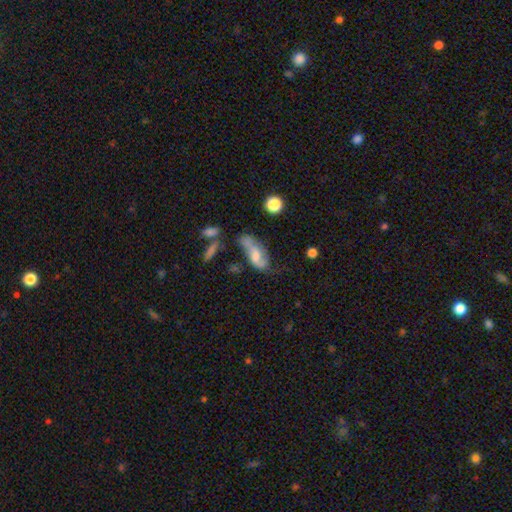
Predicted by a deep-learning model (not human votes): smooth_or_featured: featured or disk (p=0.50) [alt: smooth p=0.41]
disk_edge_on: no (p=0.87) [alt: yes p=0.13]
merging: none (p=0.38) [alt: minor disturbance p=0.26]